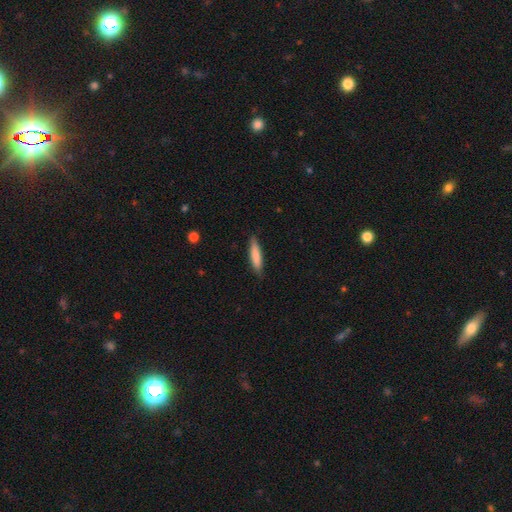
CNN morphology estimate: Overall: smooth (80%). How rounded: cigar-shaped (83%). Merging: none (85%).